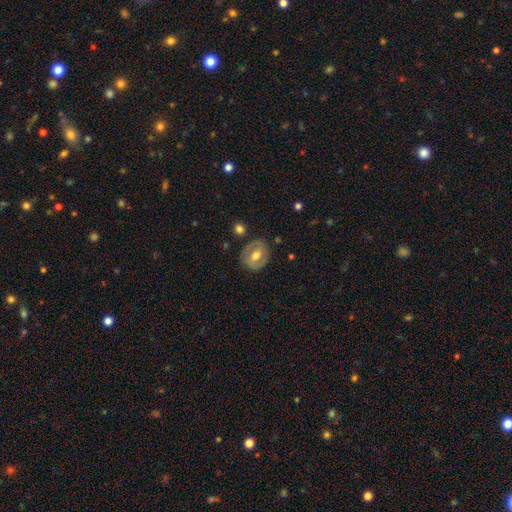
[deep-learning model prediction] Smooth or featured: featured or disk — 52% (smooth — 42%)
Edge-on disk: no — 94% (yes — 6%)
Merging: none — 79% (minor disturbance — 14%)